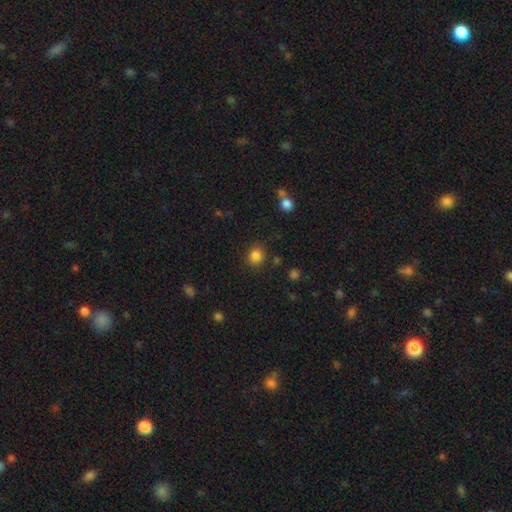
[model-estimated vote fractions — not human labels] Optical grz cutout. It shows a smooth galaxy with no disk features (83%) that is round (83%). Merging: none (85%).